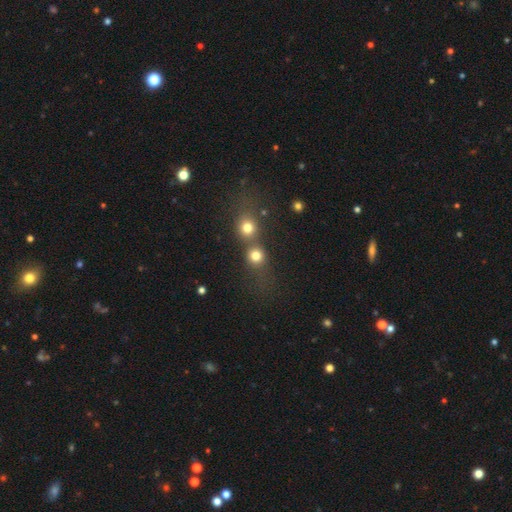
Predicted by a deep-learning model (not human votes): Smooth or featured? smooth (77%)
How rounded? round (87%)
Merging? merger (46%)